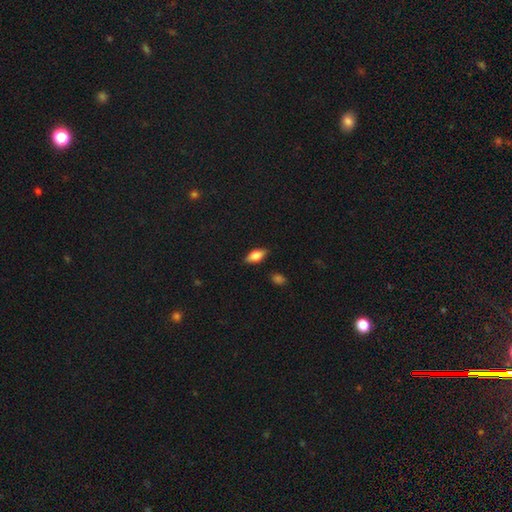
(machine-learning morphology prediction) Q: Smooth or featured?
A: smooth (65%); runner-up: featured or disk (27%)
Q: How rounded?
A: in between (82%); runner-up: cigar-shaped (14%)
Q: Merging?
A: none (84%); runner-up: minor disturbance (12%)